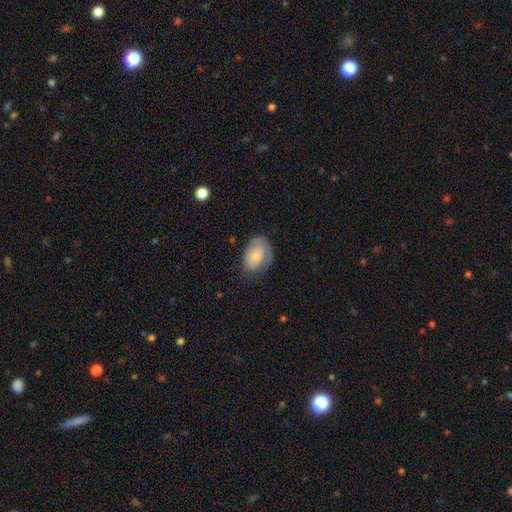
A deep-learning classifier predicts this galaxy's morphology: Smooth or featured? Predicted: smooth (p=0.66). How rounded? Predicted: in between (p=0.85). Merging? Predicted: none (p=0.55).